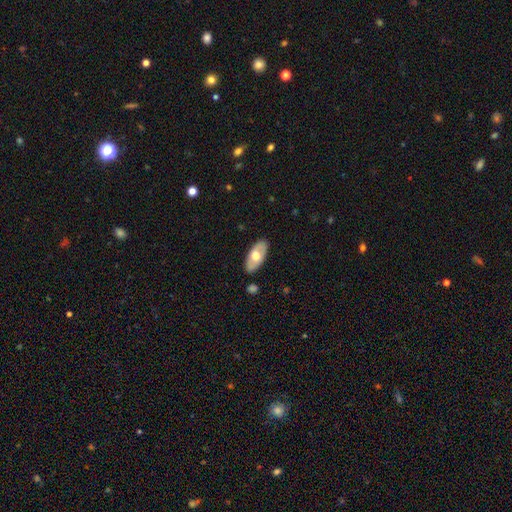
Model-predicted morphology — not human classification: smooth-or-featured: smooth: 57% | featured or disk: 38% | star or artifact: 5%
  how-rounded: in between: 91% | cigar-shaped: 6% | round: 3%
  merging: none: 87% | minor disturbance: 10% | major disturbance: 2% | merger: 2%